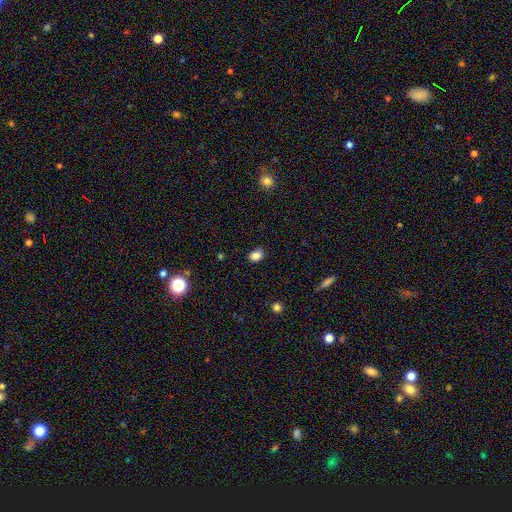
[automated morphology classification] Smooth or featured?
  - smooth: 84% *
  - star or artifact: 12%
  - featured or disk: 4%
How rounded?
  - in between: 62% *
  - round: 37%
  - cigar-shaped: 1%
Merging?
  - none: 76% *
  - minor disturbance: 19%
  - major disturbance: 3%
  - merger: 2%